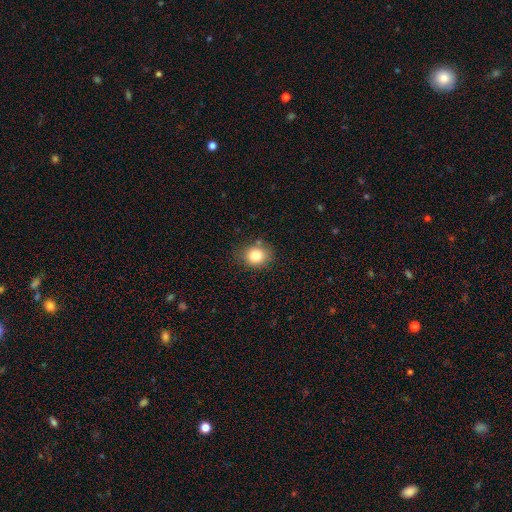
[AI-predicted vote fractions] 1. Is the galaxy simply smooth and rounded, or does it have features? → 82% smooth, 11% star or artifact, 7% featured or disk.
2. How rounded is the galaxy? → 66% round, 34% in between, 1% cigar-shaped.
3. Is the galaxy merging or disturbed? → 79% none, 15% minor disturbance, 4% major disturbance, 3% merger.